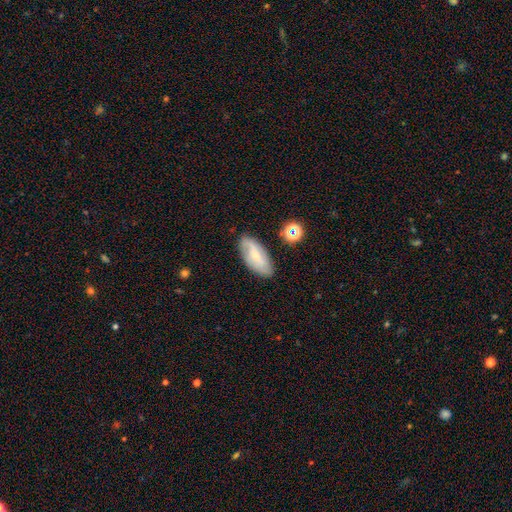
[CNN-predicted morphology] Smooth or featured? featured or disk (50%)
Merging? none (78%)